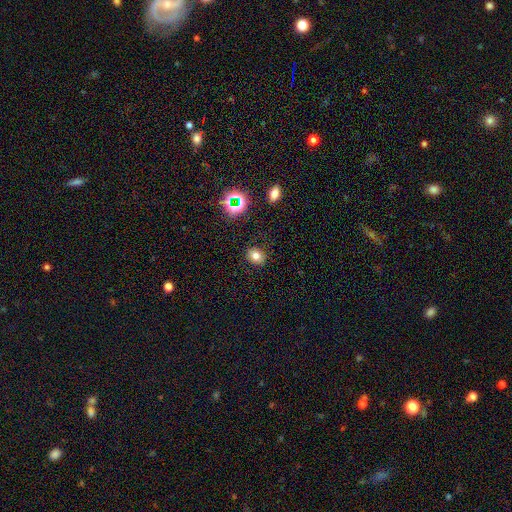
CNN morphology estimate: smooth-or-featured: smooth: 72% | star or artifact: 17% | featured or disk: 10%
  how-rounded: round: 50% | in between: 49% | cigar-shaped: 1%
  merging: none: 87% | minor disturbance: 9% | major disturbance: 3% | merger: 1%